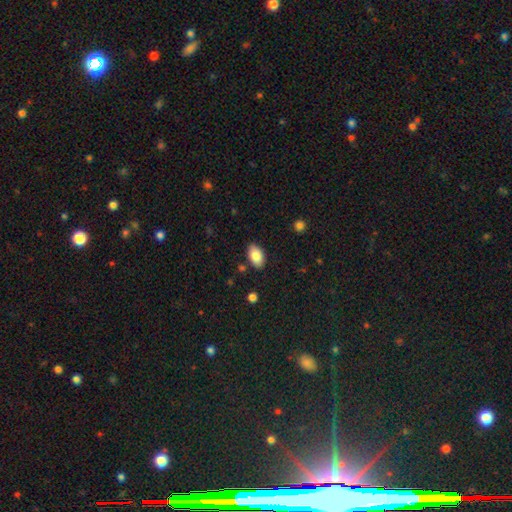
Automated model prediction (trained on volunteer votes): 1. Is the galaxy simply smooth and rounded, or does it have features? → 84% smooth, 9% featured or disk, 7% star or artifact.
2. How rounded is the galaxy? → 94% in between, 5% round, 2% cigar-shaped.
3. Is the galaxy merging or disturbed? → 86% none, 10% minor disturbance, 2% major disturbance, 2% merger.